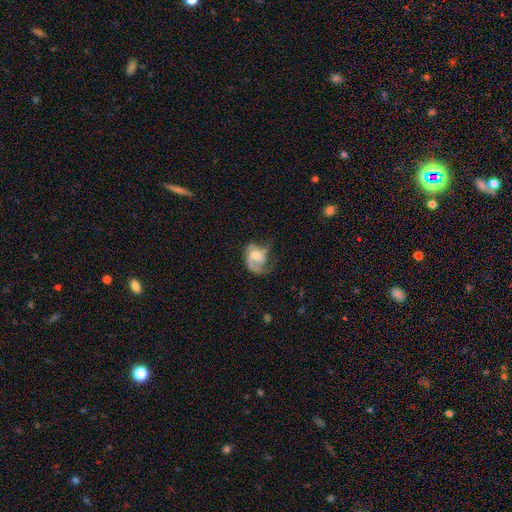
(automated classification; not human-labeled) Smooth or featured? Predicted: featured or disk (p=0.66). Edge-on disk? Predicted: no (p=0.97). Bar? Predicted: no (p=0.59). Spiral arms? Predicted: yes (p=0.82). Spiral winding? Predicted: medium (p=0.41). Spiral arm count? Predicted: 1 (p=0.54). Bulge size? Predicted: moderate (p=0.57). Merging? Predicted: none (p=0.38).